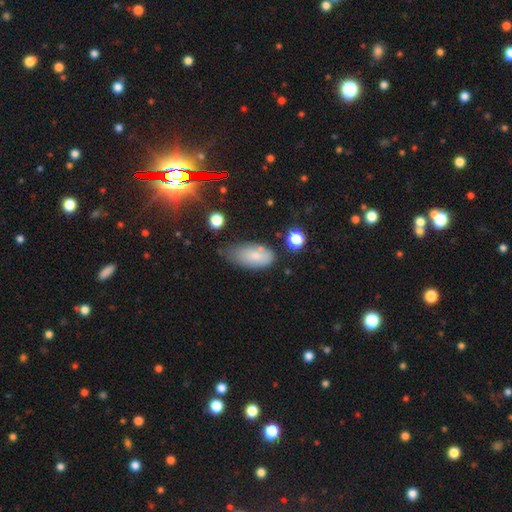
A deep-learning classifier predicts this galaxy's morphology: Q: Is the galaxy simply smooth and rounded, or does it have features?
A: smooth — 76%.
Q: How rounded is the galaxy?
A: in between — 91%.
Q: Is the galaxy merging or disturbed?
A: none — 44%.